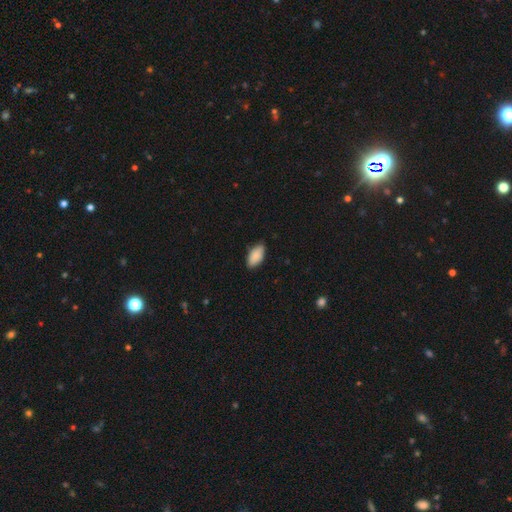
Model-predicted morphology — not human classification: The model was most divided on "merging": none: 82%, minor disturbance: 15%, major disturbance: 2%, merger: 1%. More confident: how rounded — in between (93%); smooth or featured — smooth (89%).